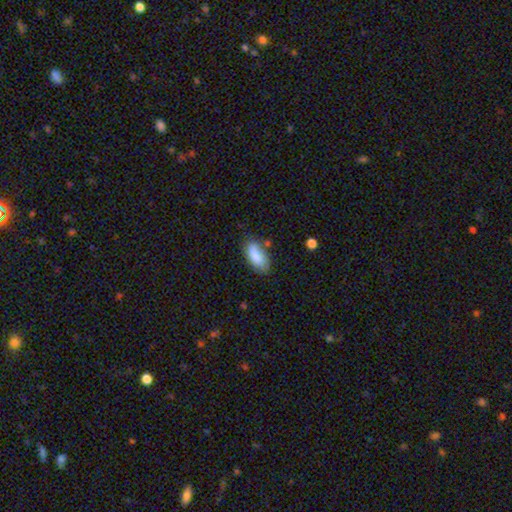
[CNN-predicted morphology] A smooth galaxy with no disk features (84%) that is in between round and cigar-shaped (87%). Merging: none (66%).